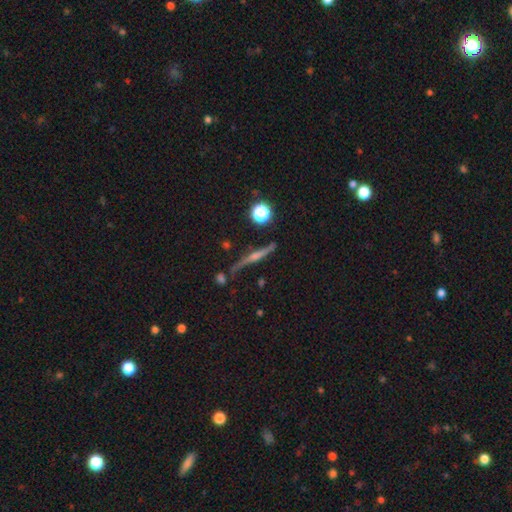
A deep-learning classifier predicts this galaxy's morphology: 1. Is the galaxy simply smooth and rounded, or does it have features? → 74% featured or disk, 15% smooth, 12% star or artifact.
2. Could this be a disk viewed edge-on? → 93% yes, 7% no.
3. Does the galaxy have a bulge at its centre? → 79% rounded, 14% none, 7% boxy.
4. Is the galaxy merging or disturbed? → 75% none, 14% minor disturbance, 6% merger, 5% major disturbance.